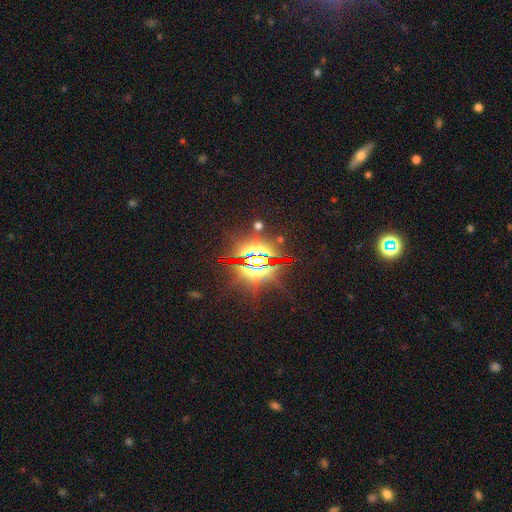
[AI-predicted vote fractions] smooth-or-featured: star or artifact: 81% | smooth: 10% | featured or disk: 9%